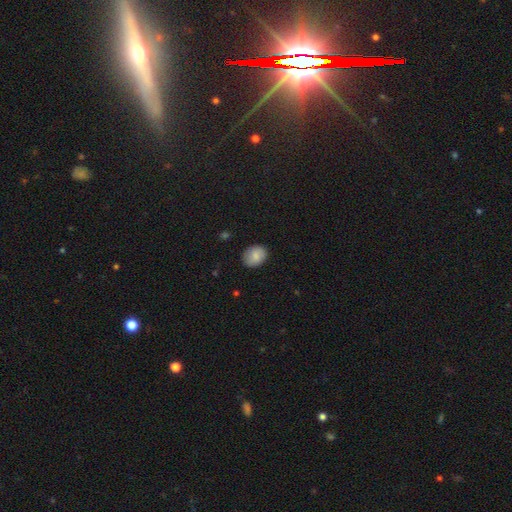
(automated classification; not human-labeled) smooth_or_featured: smooth (p=0.83) [alt: featured or disk p=0.09]
how_rounded: in between (p=0.55) [alt: round p=0.44]
merging: none (p=0.85) [alt: minor disturbance p=0.11]